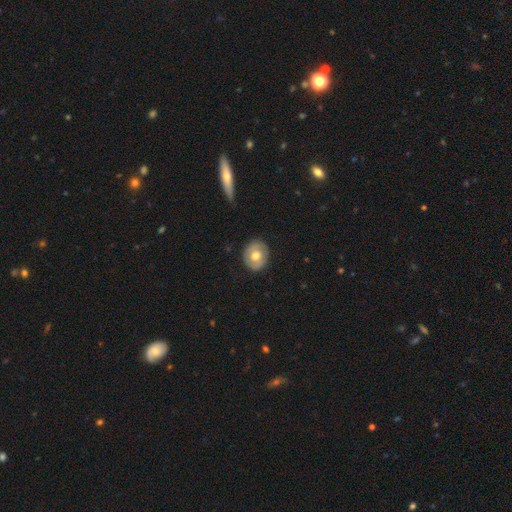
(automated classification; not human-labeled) Q: Smooth or featured?
A: smooth (53%); runner-up: featured or disk (40%)
Q: How rounded?
A: round (74%); runner-up: in between (25%)
Q: Merging?
A: none (84%); runner-up: minor disturbance (12%)